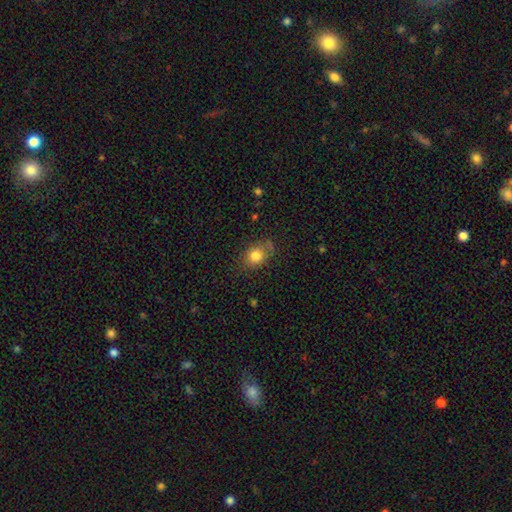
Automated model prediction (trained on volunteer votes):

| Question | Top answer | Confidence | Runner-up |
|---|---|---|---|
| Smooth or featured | smooth | 82% | star or artifact (10%) |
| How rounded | round | 56% | in between (43%) |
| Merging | none | 72% | minor disturbance (19%) |